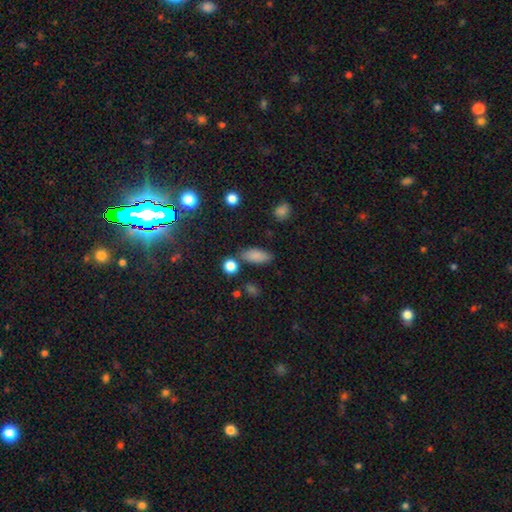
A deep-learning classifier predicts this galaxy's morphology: Smooth or featured? Predicted: smooth (p=0.83). How rounded? Predicted: in between (p=0.81). Merging? Predicted: none (p=0.77).